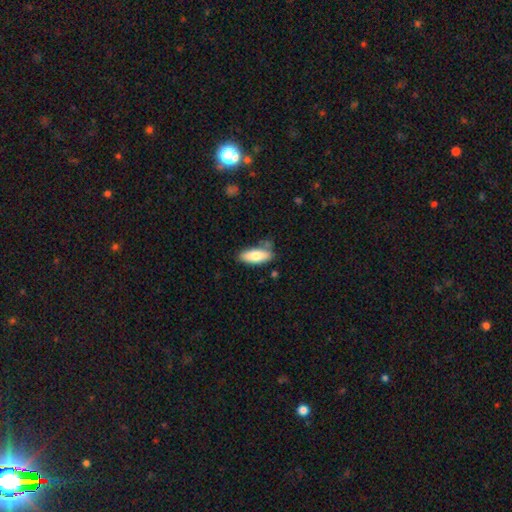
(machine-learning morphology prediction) Smooth or featured? Predicted: smooth (p=0.75). How rounded? Predicted: in between (p=0.75). Merging? Predicted: none (p=0.72).